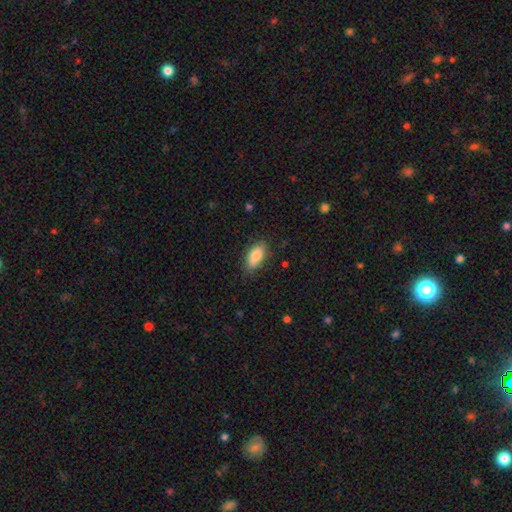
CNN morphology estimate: Q: Smooth or featured?
A: smooth (85%); runner-up: featured or disk (8%)
Q: How rounded?
A: in between (89%); runner-up: cigar-shaped (8%)
Q: Merging?
A: none (82%); runner-up: minor disturbance (14%)